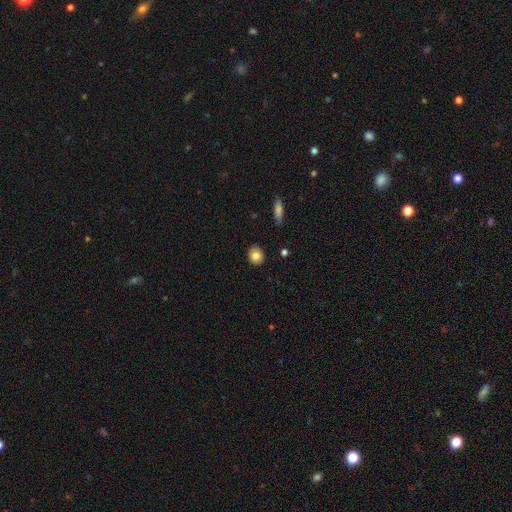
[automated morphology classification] type=smooth (82%); roundness=round (65%); merging=none (89%).